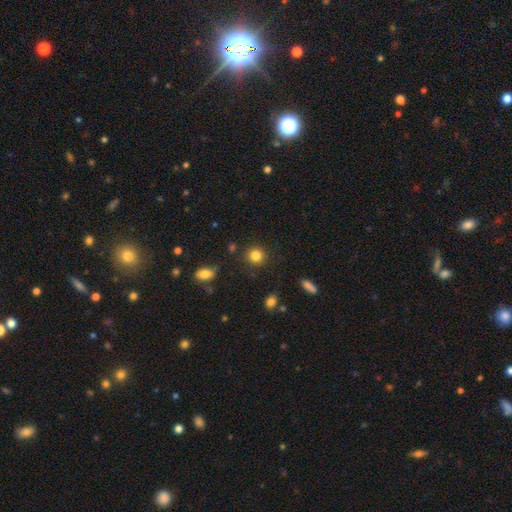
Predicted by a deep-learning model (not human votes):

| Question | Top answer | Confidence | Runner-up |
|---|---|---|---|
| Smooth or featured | smooth | 84% | star or artifact (11%) |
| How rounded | round | 90% | in between (9%) |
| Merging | none | 87% | minor disturbance (7%) |